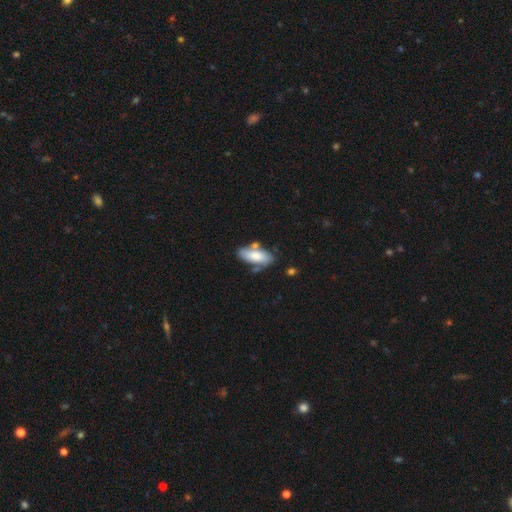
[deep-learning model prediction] Smooth or featured? Predicted: smooth (p=0.73). How rounded? Predicted: in between (p=0.82). Merging? Predicted: none (p=0.60).